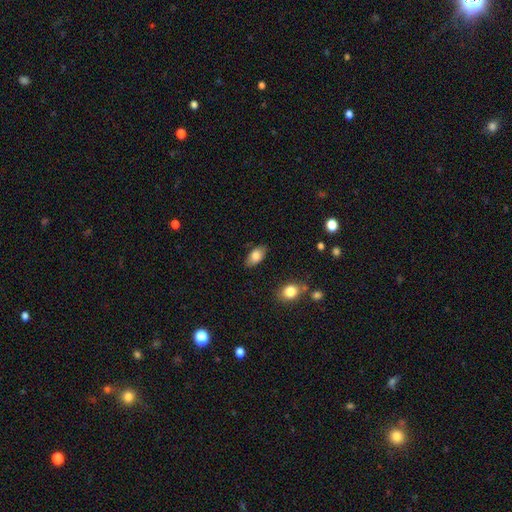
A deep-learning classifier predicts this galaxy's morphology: smooth_or_featured: smooth (p=0.82) [alt: featured or disk p=0.11]
how_rounded: in between (p=0.92) [alt: round p=0.04]
merging: none (p=0.85) [alt: minor disturbance p=0.11]